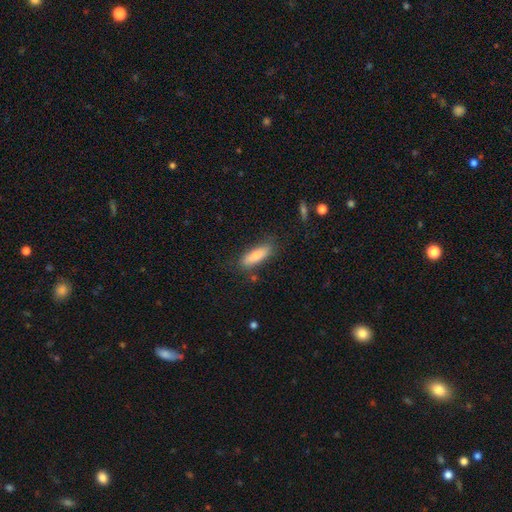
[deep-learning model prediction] A smooth galaxy with no disk features (78%) that is cigar-shaped (52%).

Vote fractions:
- Smooth or featured? smooth: 78% / featured or disk: 16% / star or artifact: 7%
- How rounded? cigar-shaped: 52% / in between: 47% / round: 2%
- Merging? none: 78% / minor disturbance: 15% / major disturbance: 4% / merger: 3%